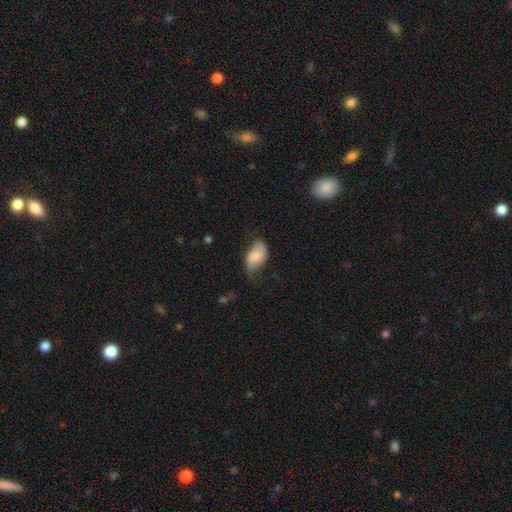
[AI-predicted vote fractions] smooth-or-featured: smooth: 65% | featured or disk: 28% | star or artifact: 7%
  how-rounded: in between: 93% | round: 5% | cigar-shaped: 2%
  merging: none: 52% | minor disturbance: 34% | major disturbance: 13% | merger: 2%